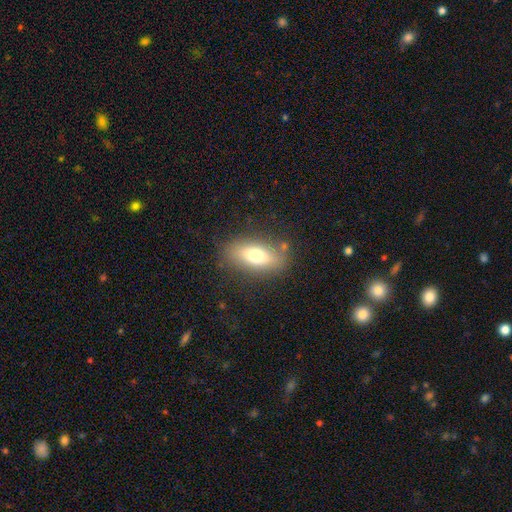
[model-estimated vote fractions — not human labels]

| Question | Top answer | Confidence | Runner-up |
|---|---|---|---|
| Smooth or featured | smooth | 70% | featured or disk (22%) |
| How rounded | in between | 81% | cigar-shaped (14%) |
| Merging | none | 78% | minor disturbance (14%) |